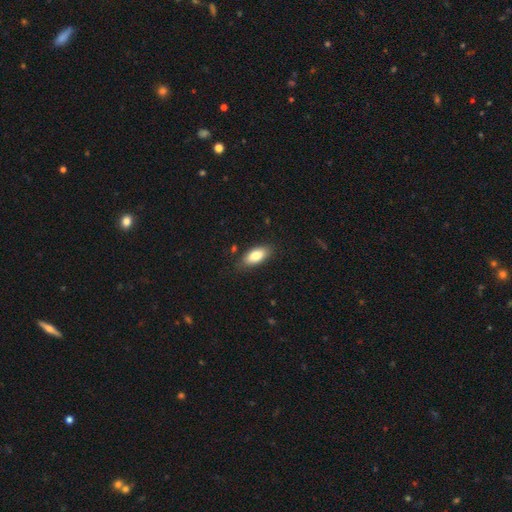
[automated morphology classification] Smooth or featured? Predicted: smooth (p=0.83). How rounded? Predicted: in between (p=0.88). Merging? Predicted: none (p=0.81).